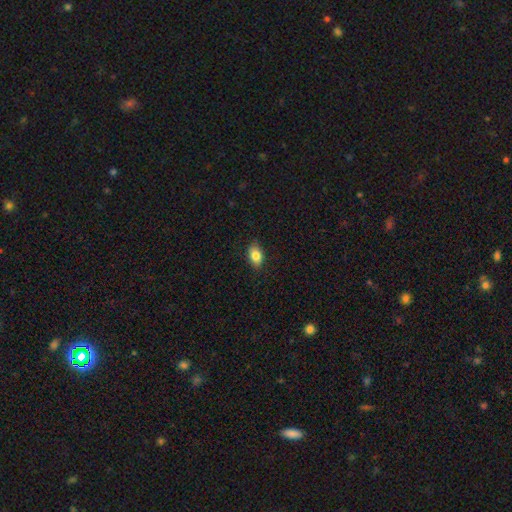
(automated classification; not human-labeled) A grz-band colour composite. It shows a smooth galaxy with no disk features (83%) that is in between round and cigar-shaped (86%). Merging: none (87%).